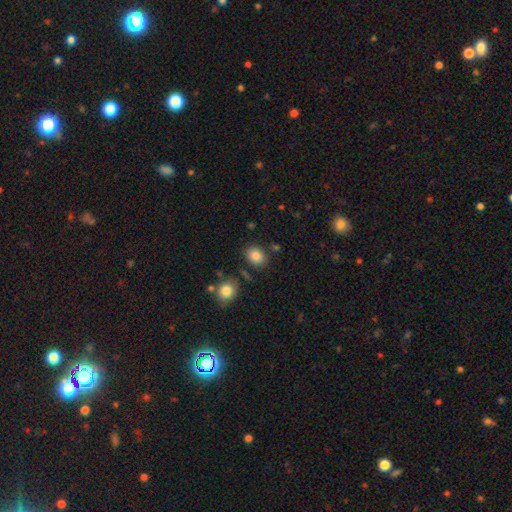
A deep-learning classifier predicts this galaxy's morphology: Smooth or featured: smooth — 85% (star or artifact — 10%)
How rounded: in between — 61% (round — 38%)
Merging: none — 78% (minor disturbance — 12%)